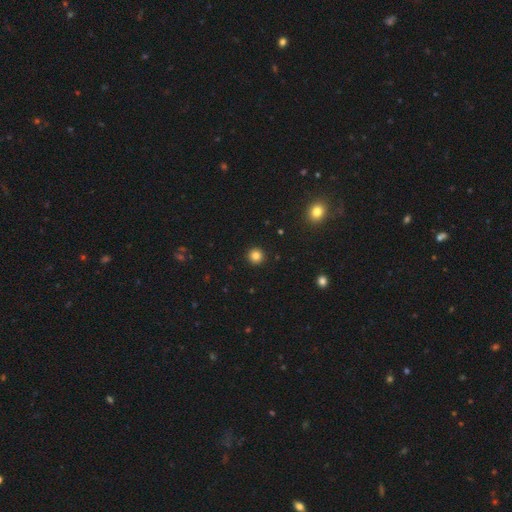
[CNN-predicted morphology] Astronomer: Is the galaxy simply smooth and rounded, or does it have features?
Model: smooth — 84%.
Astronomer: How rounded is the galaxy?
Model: round — 95%.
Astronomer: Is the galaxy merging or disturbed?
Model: none — 93%.